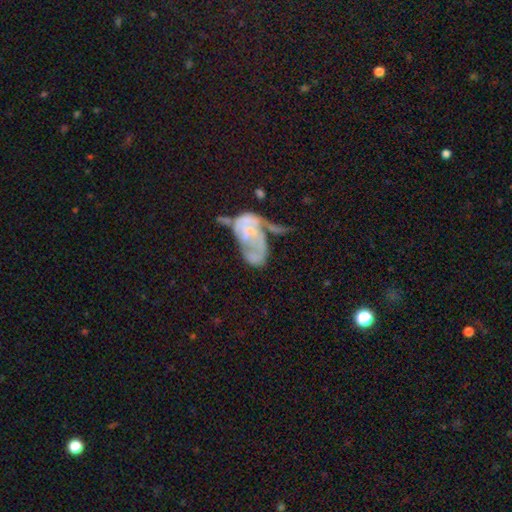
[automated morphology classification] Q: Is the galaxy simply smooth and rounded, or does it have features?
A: featured or disk — 58%.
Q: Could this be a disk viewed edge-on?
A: no — 96%.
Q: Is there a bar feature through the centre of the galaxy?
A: no — 81%.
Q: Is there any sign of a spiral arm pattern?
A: no — 56%.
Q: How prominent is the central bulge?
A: none — 53%.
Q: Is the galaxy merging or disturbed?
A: merger — 41%.